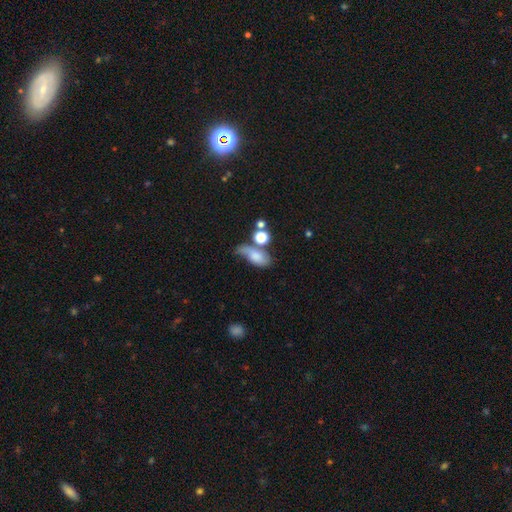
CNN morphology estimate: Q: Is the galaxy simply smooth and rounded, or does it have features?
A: smooth — 61%.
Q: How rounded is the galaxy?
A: in between — 77%.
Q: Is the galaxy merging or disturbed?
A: none — 29%.